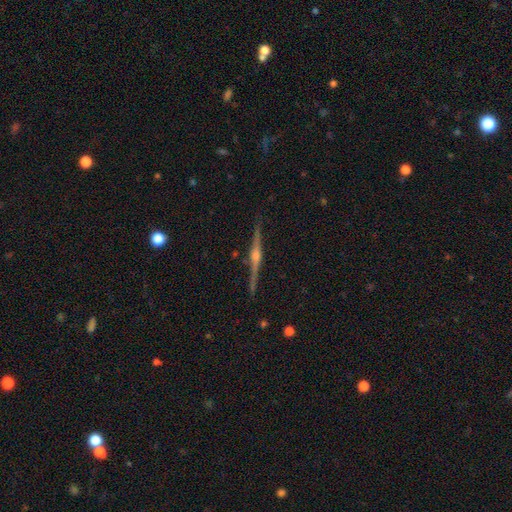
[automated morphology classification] This is clearly a featured or disk galaxy (88%). It is clearly viewed edge-on (99%). Edge-on bulge: clearly rounded (89%). Merging: clearly none (91%).